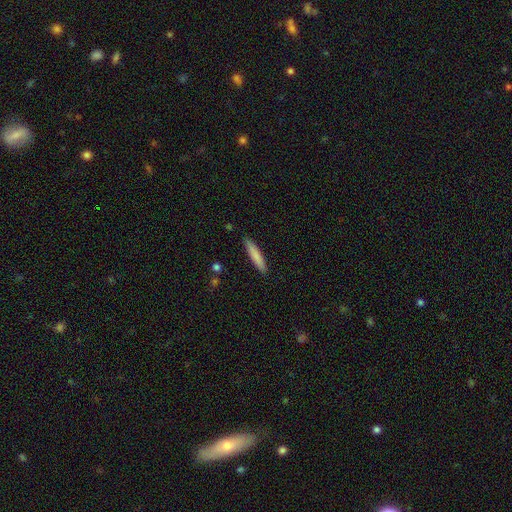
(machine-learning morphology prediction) This is clearly a smooth galaxy (83%). How rounded: clearly cigar-shaped (89%). Merging: clearly none (89%).